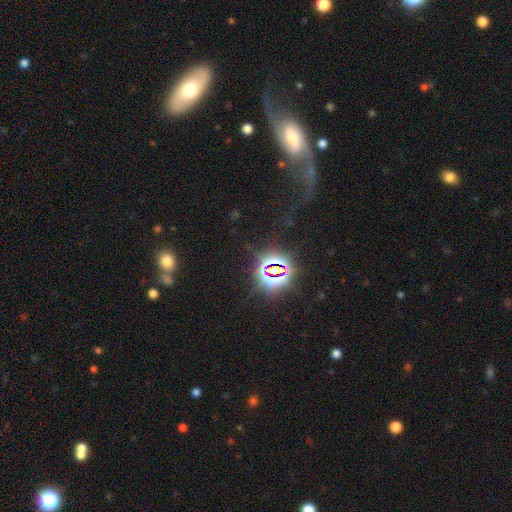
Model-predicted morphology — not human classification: This appears to be a star or artifact, not a galaxy (50%).